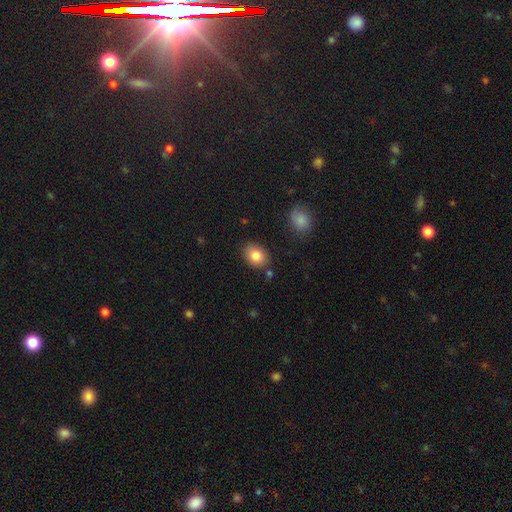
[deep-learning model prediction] Smooth or featured?
  - smooth: 84% *
  - star or artifact: 8%
  - featured or disk: 8%
How rounded?
  - in between: 66% *
  - round: 33%
  - cigar-shaped: 1%
Merging?
  - none: 82% *
  - minor disturbance: 11%
  - merger: 3%
  - major disturbance: 3%